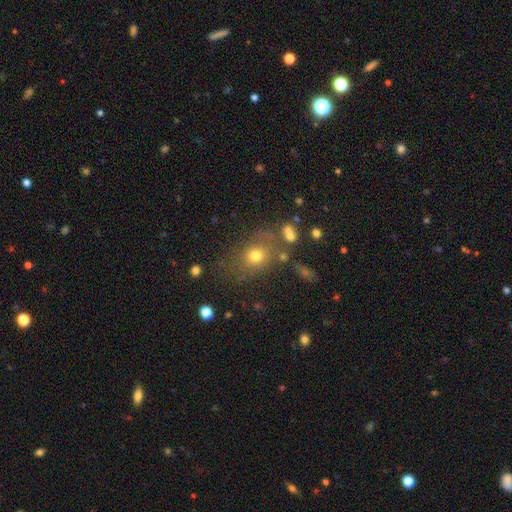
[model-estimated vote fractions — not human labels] Smooth or featured: smooth — 71% (star or artifact — 16%)
How rounded: round — 58% (in between — 41%)
Merging: none — 65% (minor disturbance — 16%)